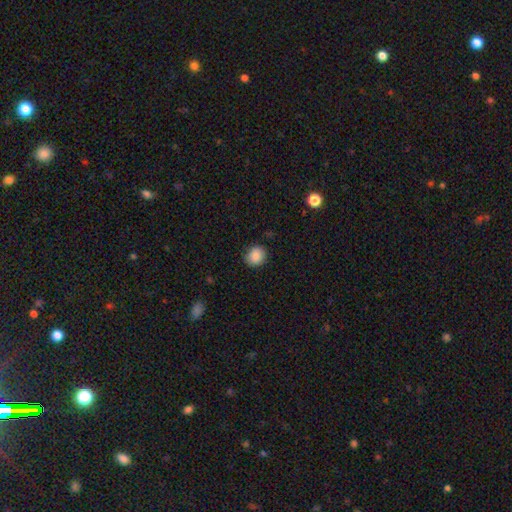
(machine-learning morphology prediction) Q: Smooth or featured?
A: smooth (88%); runner-up: star or artifact (9%)
Q: How rounded?
A: round (75%); runner-up: in between (24%)
Q: Merging?
A: none (86%); runner-up: minor disturbance (10%)